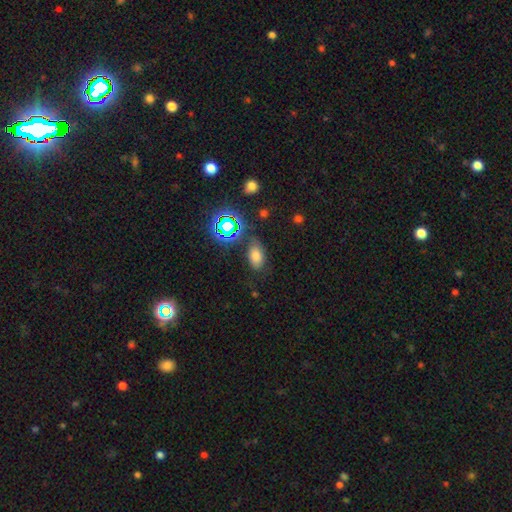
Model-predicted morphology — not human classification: type=smooth (67%); roundness=in between (88%); merging=none (75%).